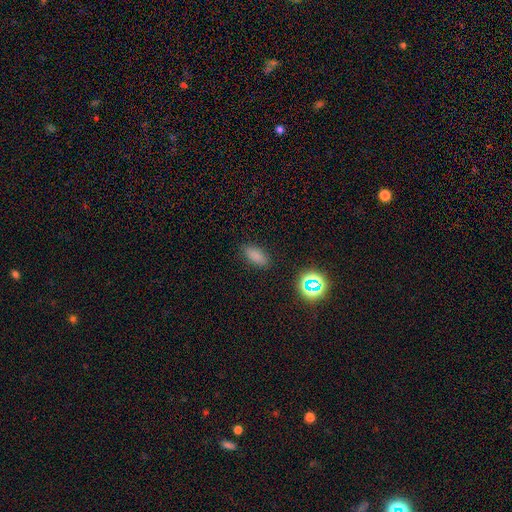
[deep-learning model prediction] Q: Smooth or featured?
A: smooth (80%); runner-up: star or artifact (14%)
Q: How rounded?
A: in between (82%); runner-up: cigar-shaped (14%)
Q: Merging?
A: none (86%); runner-up: minor disturbance (9%)